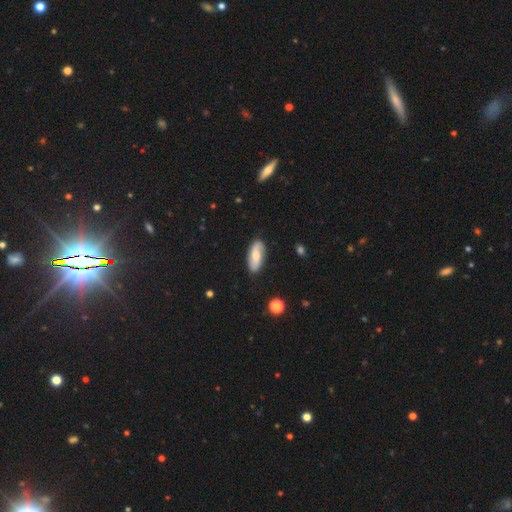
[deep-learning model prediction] smooth 50%, featured or disk 44%, star or artifact 6%. Down the decision tree: merging — none (85%).